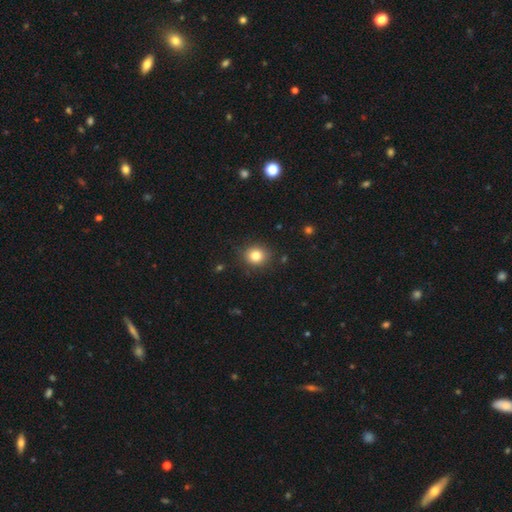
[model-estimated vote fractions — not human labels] Overall: smooth (82%). How rounded: round (81%). Merging: none (88%).